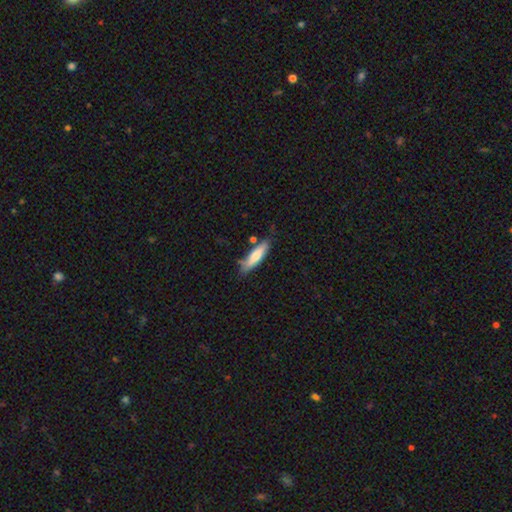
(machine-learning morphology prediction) This appears to be a smooth galaxy with no disk features (71%) that is cigar-shaped (67%). Merging: none (69%).